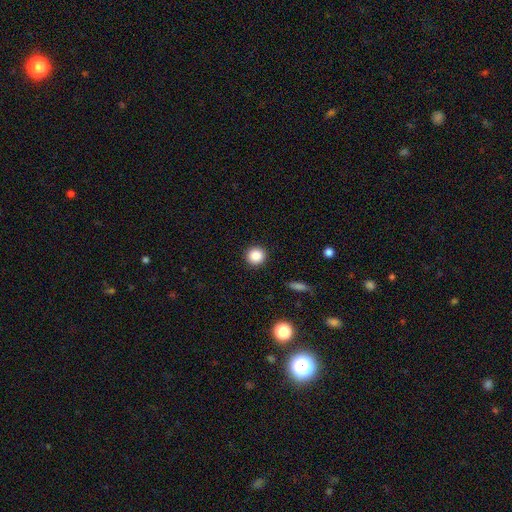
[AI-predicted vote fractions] A smooth galaxy with no disk features (87%) that is round (93%).

Vote fractions:
- Smooth or featured? smooth: 87% / star or artifact: 10% / featured or disk: 4%
- How rounded? round: 93% / in between: 6% / cigar-shaped: 1%
- Merging? none: 92% / minor disturbance: 5% / major disturbance: 2% / merger: 1%